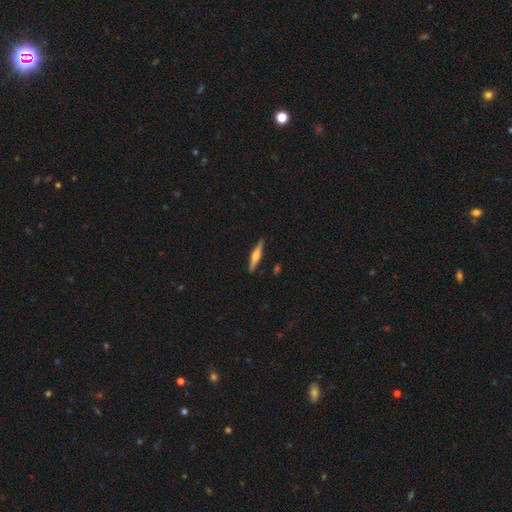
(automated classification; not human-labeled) Smooth or featured?
  - featured or disk: 58% *
  - smooth: 37%
  - star or artifact: 6%
Edge-on disk?
  - yes: 97% *
  - no: 3%
Edge-on bulge?
  - rounded: 83% *
  - boxy: 12%
  - none: 6%
Merging?
  - none: 90% *
  - minor disturbance: 7%
  - major disturbance: 1%
  - merger: 1%